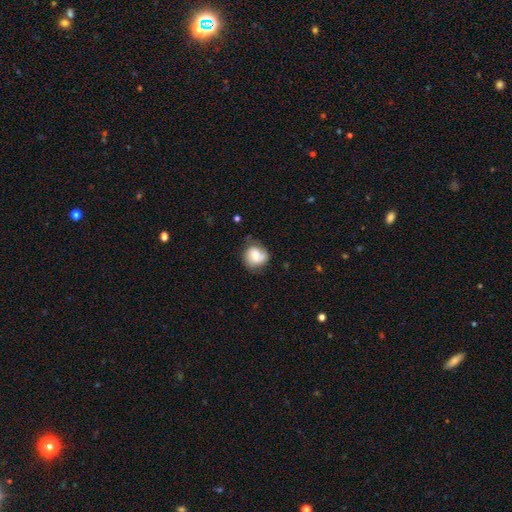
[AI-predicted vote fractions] The model was most divided on "merging": none: 62%, minor disturbance: 28%, major disturbance: 8%, merger: 2%. More confident: how rounded — round (78%); smooth or featured — smooth (65%).